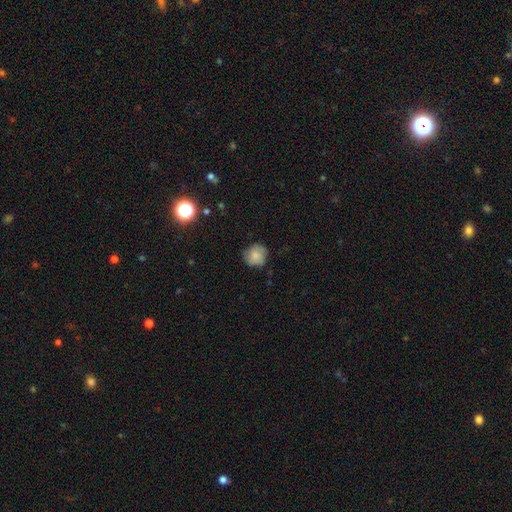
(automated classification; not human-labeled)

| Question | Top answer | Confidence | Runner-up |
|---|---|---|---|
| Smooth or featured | smooth | 78% | featured or disk (13%) |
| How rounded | round | 90% | in between (9%) |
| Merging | none | 78% | minor disturbance (17%) |